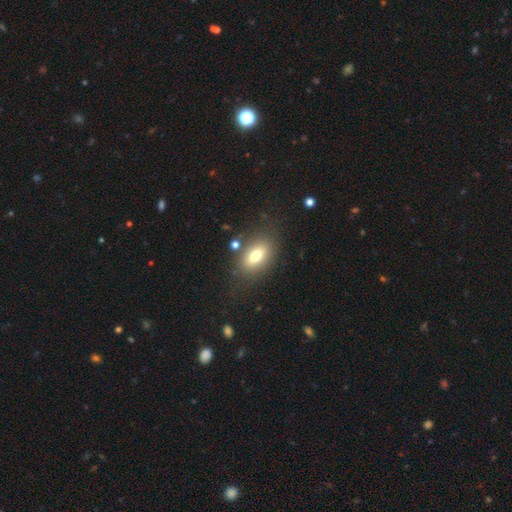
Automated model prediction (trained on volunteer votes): A smooth galaxy with no disk features (73%) that is in between round and cigar-shaped (86%).

Vote fractions:
- Smooth or featured? smooth: 73% / featured or disk: 18% / star or artifact: 9%
- How rounded? in between: 86% / round: 9% / cigar-shaped: 5%
- Merging? none: 76% / minor disturbance: 13% / major disturbance: 6% / merger: 5%